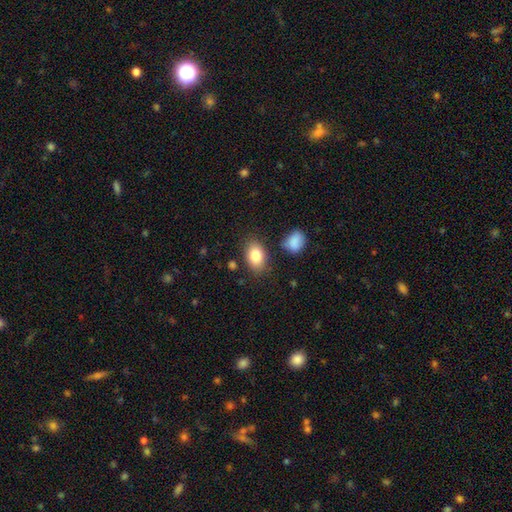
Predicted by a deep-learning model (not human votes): Smooth or featured? smooth (83%)
How rounded? in between (85%)
Merging? none (80%)